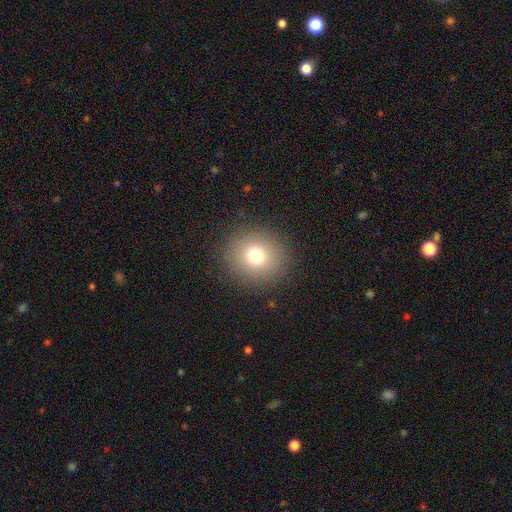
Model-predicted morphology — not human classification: A smooth galaxy with no disk features (75%) that is round (89%).

Vote fractions:
- Smooth or featured? smooth: 75% / star or artifact: 15% / featured or disk: 11%
- How rounded? round: 89% / in between: 10% / cigar-shaped: 1%
- Merging? none: 89% / minor disturbance: 6% / major disturbance: 3% / merger: 1%